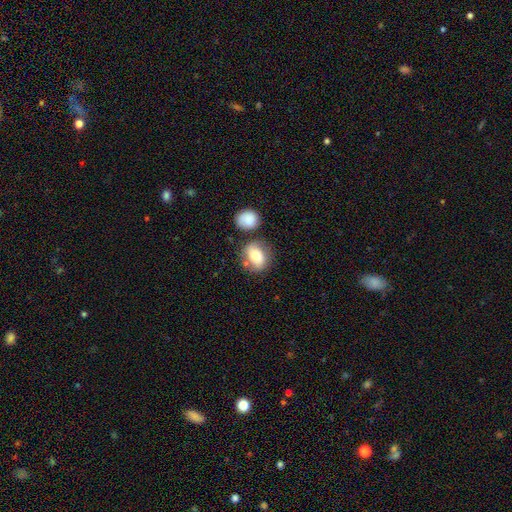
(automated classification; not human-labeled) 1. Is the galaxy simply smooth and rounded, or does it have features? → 72% smooth, 20% featured or disk, 8% star or artifact.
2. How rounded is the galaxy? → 50% in between, 48% round, 2% cigar-shaped.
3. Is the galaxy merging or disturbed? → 64% none, 16% minor disturbance, 14% merger, 5% major disturbance.